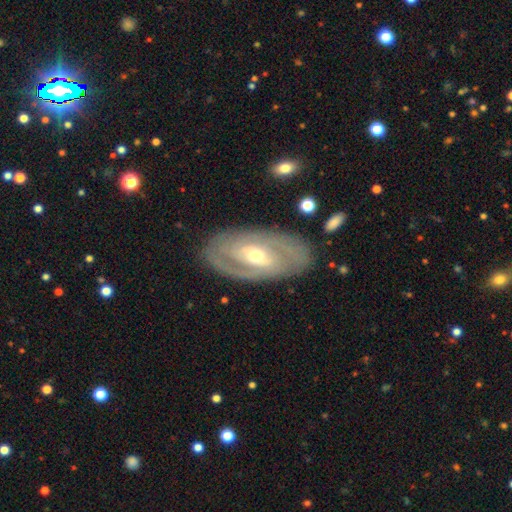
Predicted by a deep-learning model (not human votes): Q: Smooth or featured?
A: featured or disk (83%); runner-up: smooth (13%)
Q: Edge-on disk?
A: no (93%); runner-up: yes (7%)
Q: Bar?
A: weak (42%); runner-up: no (33%)
Q: Spiral arms?
A: yes (85%); runner-up: no (15%)
Q: Spiral winding?
A: tight (62%); runner-up: medium (29%)
Q: Spiral arm count?
A: 2 (57%); runner-up: can't tell (25%)
Q: Bulge size?
A: moderate (57%); runner-up: small (38%)
Q: Merging?
A: none (83%); runner-up: minor disturbance (12%)